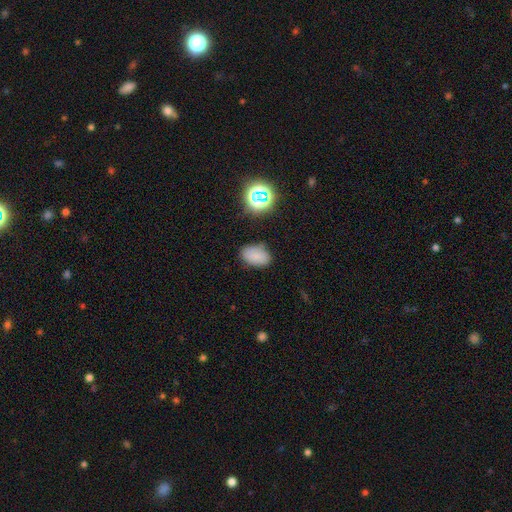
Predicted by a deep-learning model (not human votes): smooth_or_featured: smooth (p=0.77) [alt: star or artifact p=0.14]
how_rounded: in between (p=0.86) [alt: round p=0.13]
merging: none (p=0.79) [alt: minor disturbance p=0.15]